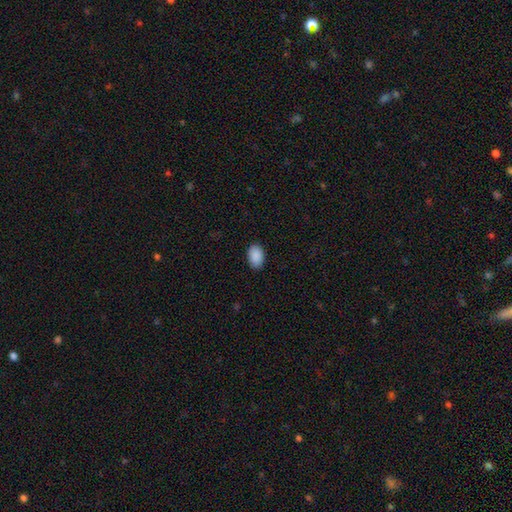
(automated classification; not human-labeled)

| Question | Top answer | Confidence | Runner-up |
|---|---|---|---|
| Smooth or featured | smooth | 91% | star or artifact (7%) |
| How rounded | in between | 90% | round (9%) |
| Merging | none | 88% | minor disturbance (9%) |